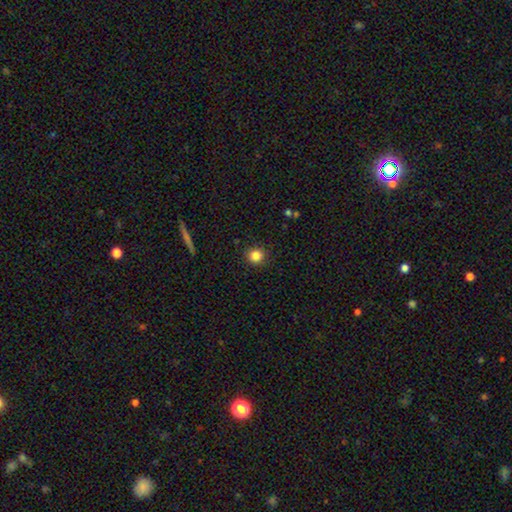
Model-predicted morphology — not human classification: Smooth or featured: smooth — 84% (star or artifact — 11%)
How rounded: round — 92% (in between — 7%)
Merging: none — 90% (minor disturbance — 7%)